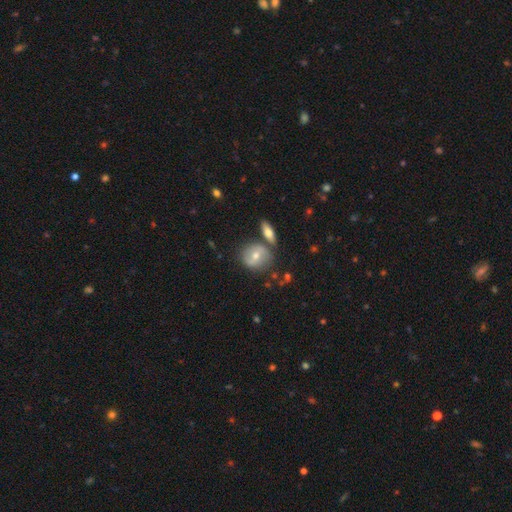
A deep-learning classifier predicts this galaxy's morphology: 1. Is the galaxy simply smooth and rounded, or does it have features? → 52% smooth, 40% featured or disk, 8% star or artifact.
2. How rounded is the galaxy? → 70% round, 28% in between, 2% cigar-shaped.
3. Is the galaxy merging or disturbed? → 65% none, 16% merger, 14% minor disturbance, 4% major disturbance.